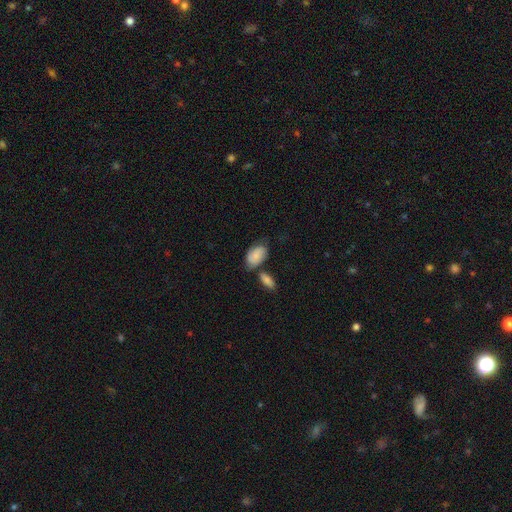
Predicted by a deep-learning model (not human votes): This appears to be a smooth galaxy with no disk features (69%) that is in between round and cigar-shaped (90%). Merging: none (44%).